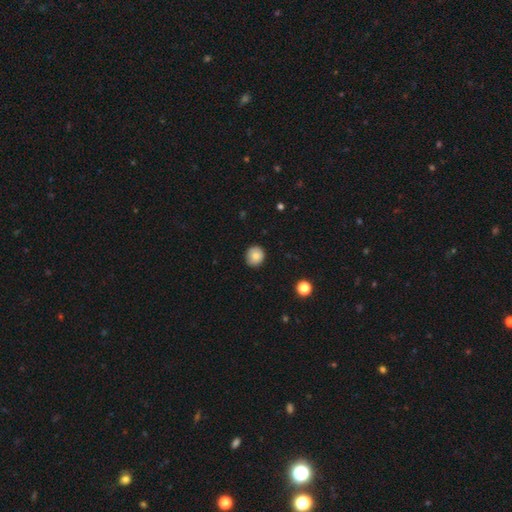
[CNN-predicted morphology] A smooth galaxy with no disk features (80%) that is round (87%). Merging: none (85%).